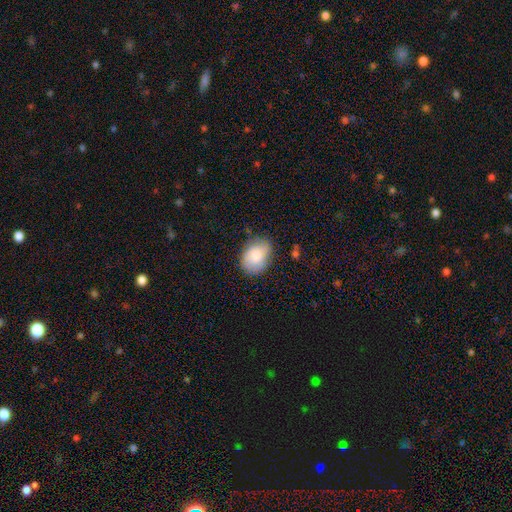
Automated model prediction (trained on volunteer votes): smooth-or-featured: smooth: 84% | featured or disk: 10% | star or artifact: 7%
  how-rounded: in between: 77% | round: 22% | cigar-shaped: 1%
  merging: none: 76% | minor disturbance: 19% | major disturbance: 4% | merger: 2%